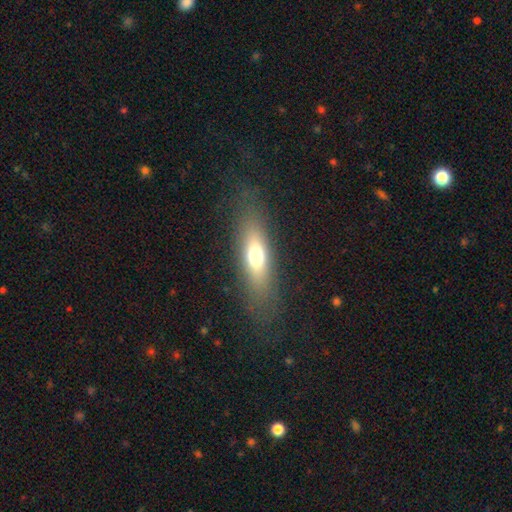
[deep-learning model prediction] The model was most divided on "how rounded": in between: 57%, cigar-shaped: 38%, round: 4%. More confident: merging — none (80%); smooth or featured — smooth (65%).